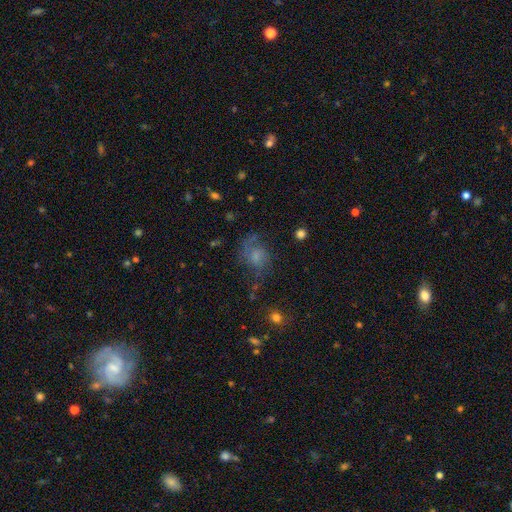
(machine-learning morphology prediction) This appears to be a featured or disk galaxy (51%). Merging: none (53%).